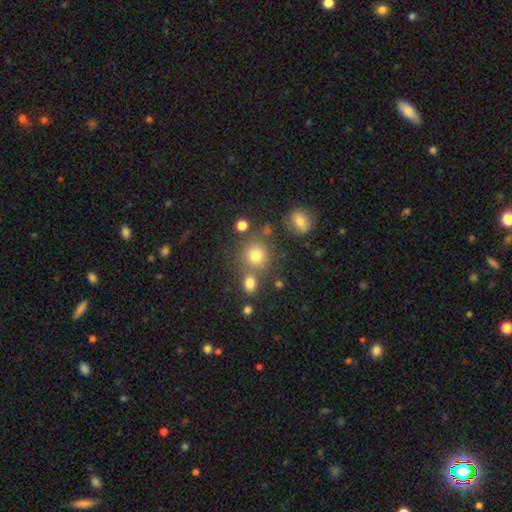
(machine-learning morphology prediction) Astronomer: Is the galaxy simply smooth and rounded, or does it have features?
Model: smooth — 75%.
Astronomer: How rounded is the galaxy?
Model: round — 87%.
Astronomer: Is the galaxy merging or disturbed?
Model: none — 67%.